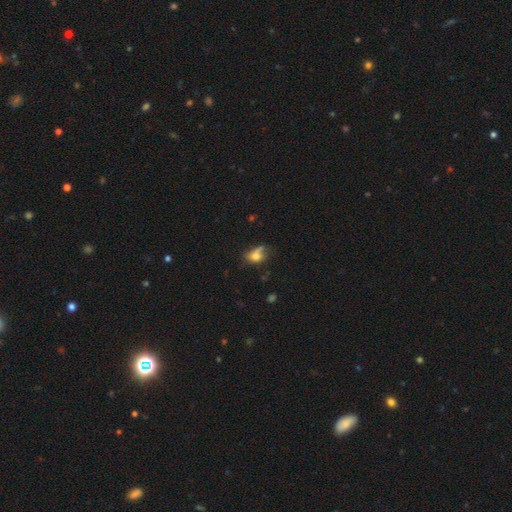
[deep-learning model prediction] This is likely a smooth galaxy (63%). How rounded: likely in between (70%). Merging: marginally none (34%).